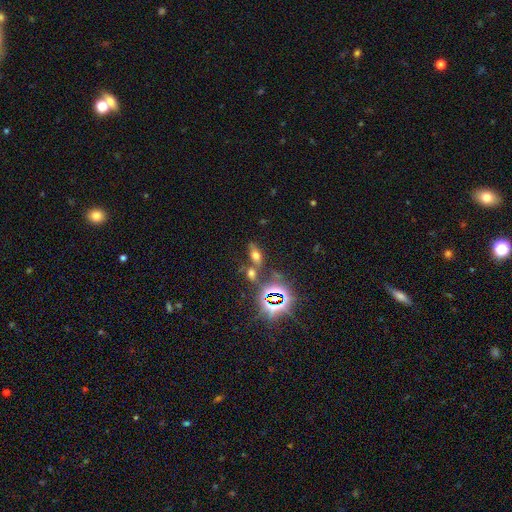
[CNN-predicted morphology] The model was most divided on "smooth or featured": smooth: 47%, star or artifact: 36%, featured or disk: 18%. More confident: merging — none (61%).